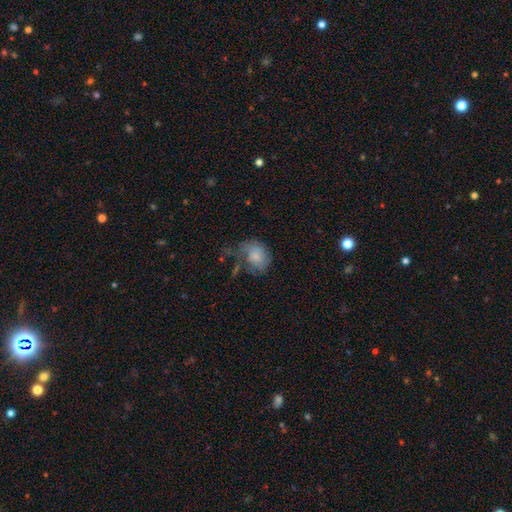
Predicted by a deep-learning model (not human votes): Smooth or featured?
  - smooth: 62% *
  - featured or disk: 30%
  - star or artifact: 8%
How rounded?
  - in between: 53% *
  - round: 46%
  - cigar-shaped: 1%
Merging?
  - major disturbance: 36% *
  - none: 30%
  - minor disturbance: 27%
  - merger: 7%